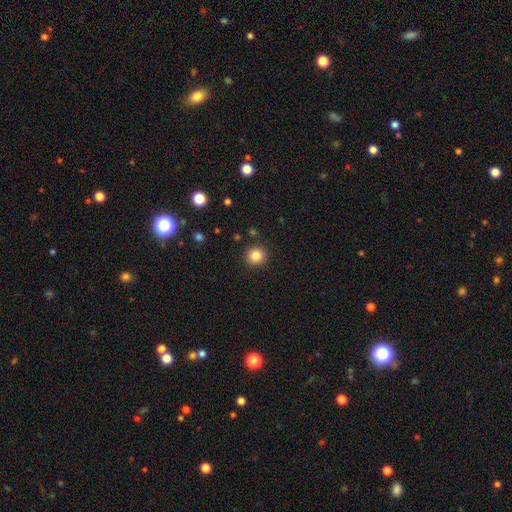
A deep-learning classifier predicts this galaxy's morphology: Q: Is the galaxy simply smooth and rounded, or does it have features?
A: smooth — 84%.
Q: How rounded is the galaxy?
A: round — 94%.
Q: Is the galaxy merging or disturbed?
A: none — 91%.